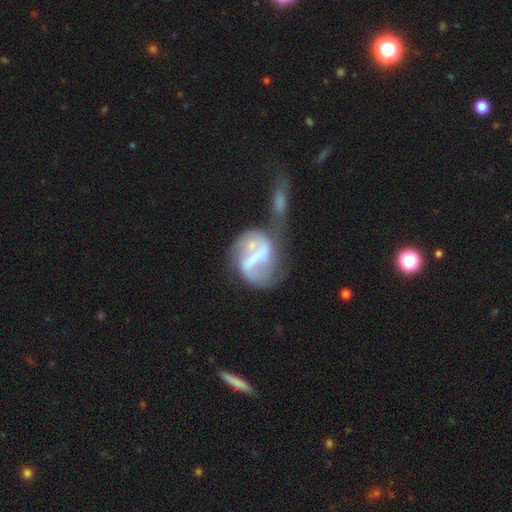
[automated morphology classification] Smooth or featured: featured or disk — 72% (smooth — 21%)
Edge-on disk: no — 96% (yes — 4%)
Bar: strong — 49% (weak — 32%)
Spiral arms: yes — 71% (no — 29%)
Bulge size: none — 45% (small — 32%)
Merging: merger — 42% (none — 24%)